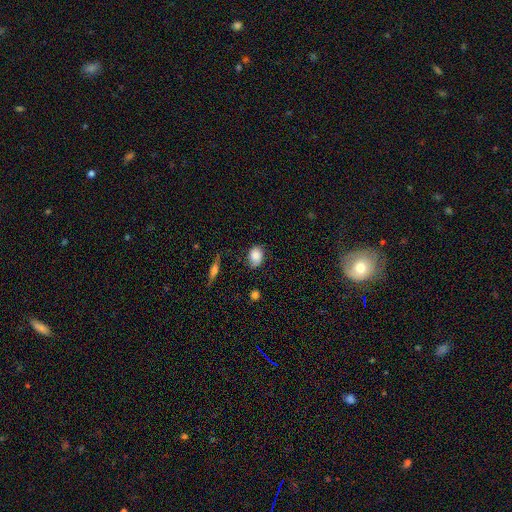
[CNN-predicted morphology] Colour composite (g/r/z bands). It shows a smooth galaxy with no disk features (83%) that is in between round and cigar-shaped (69%). Merging: none (68%).